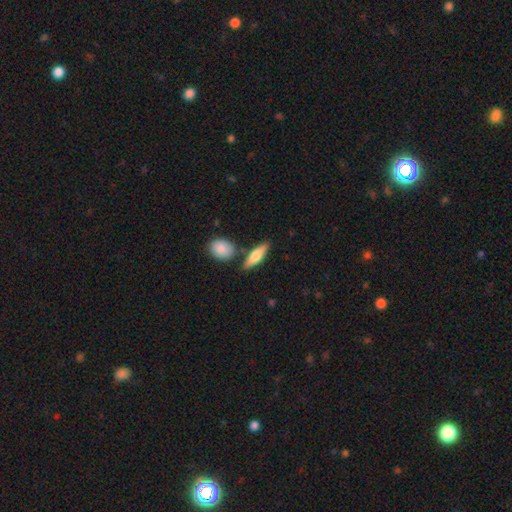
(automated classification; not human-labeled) This is likely a smooth galaxy (61%). How rounded: possibly cigar-shaped (50%). Merging: likely none (75%).